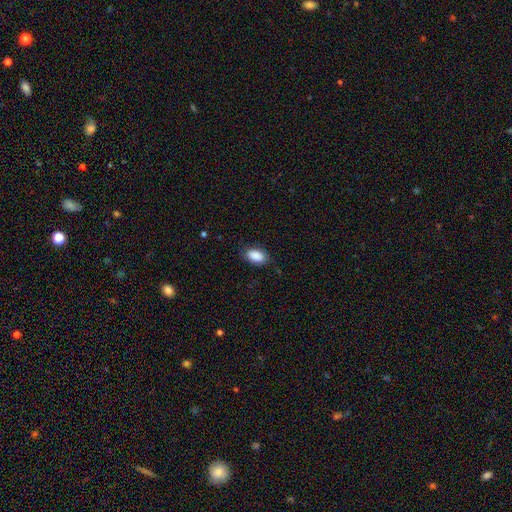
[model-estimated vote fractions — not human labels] Smooth or featured? smooth (89%)
How rounded? in between (93%)
Merging? none (81%)